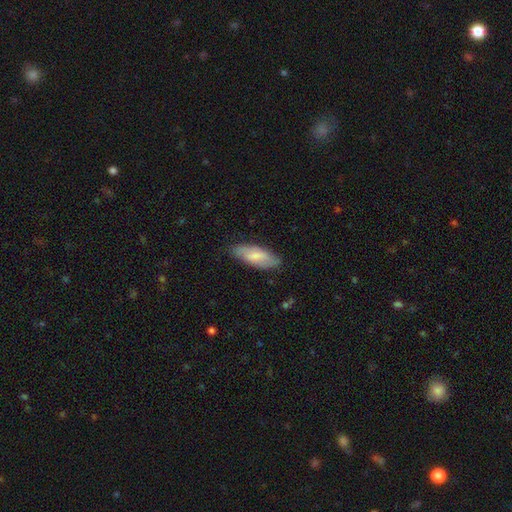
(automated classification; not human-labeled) This is likely a smooth galaxy (70%). How rounded: likely in between (75%). Merging: clearly none (80%).